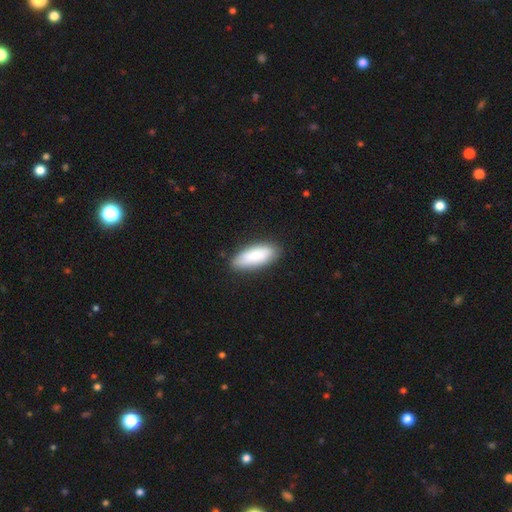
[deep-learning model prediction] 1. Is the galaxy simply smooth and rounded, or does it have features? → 80% smooth, 15% featured or disk, 6% star or artifact.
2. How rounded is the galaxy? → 72% in between, 26% cigar-shaped, 2% round.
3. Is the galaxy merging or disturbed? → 84% none, 12% minor disturbance, 2% major disturbance, 1% merger.